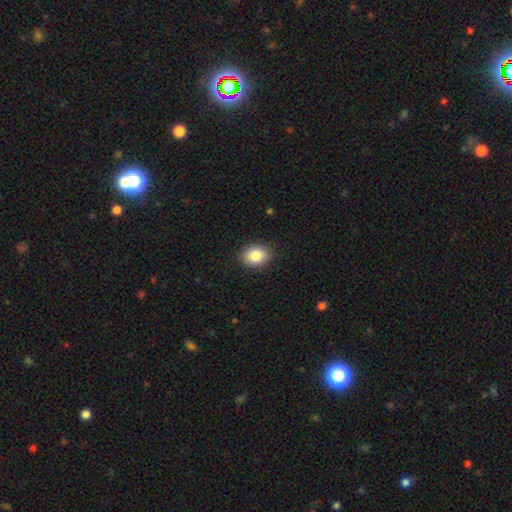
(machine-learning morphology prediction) This appears to be a smooth galaxy with no disk features (85%) that is in between round and cigar-shaped (62%). Merging: none (89%).